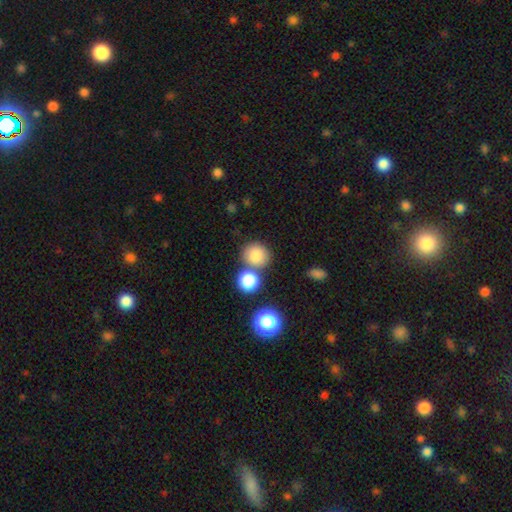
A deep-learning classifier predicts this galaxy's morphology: Smooth or featured?
  - smooth: 83% *
  - star or artifact: 10%
  - featured or disk: 7%
How rounded?
  - round: 83% *
  - in between: 16%
  - cigar-shaped: 1%
Merging?
  - none: 59% *
  - merger: 28%
  - minor disturbance: 9%
  - major disturbance: 4%